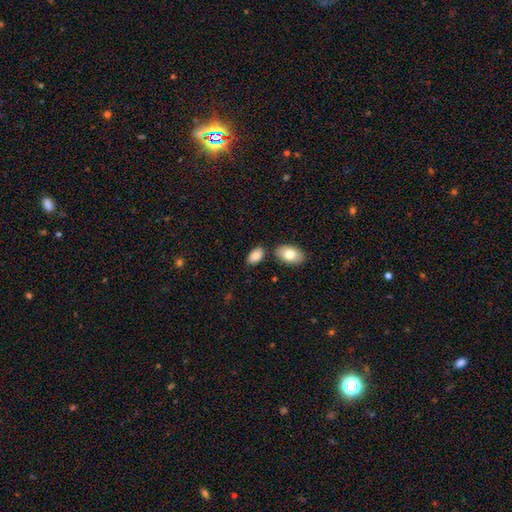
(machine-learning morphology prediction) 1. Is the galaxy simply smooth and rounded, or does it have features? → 83% smooth, 10% featured or disk, 7% star or artifact.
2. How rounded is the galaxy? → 94% in between, 4% round, 2% cigar-shaped.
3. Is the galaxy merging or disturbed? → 74% none, 12% minor disturbance, 11% merger, 3% major disturbance.